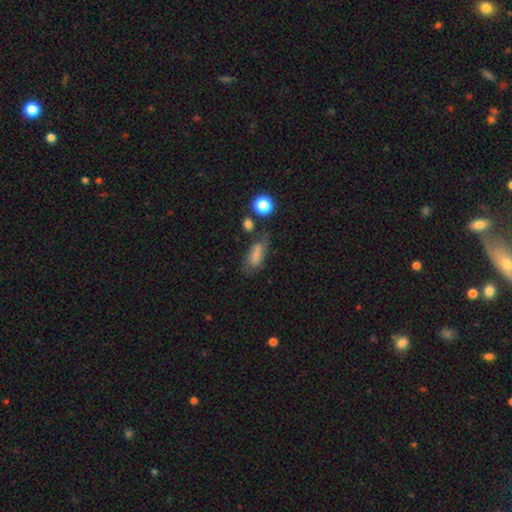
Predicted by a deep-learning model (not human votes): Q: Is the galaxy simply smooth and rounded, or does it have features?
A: smooth — 63%.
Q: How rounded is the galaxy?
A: in between — 70%.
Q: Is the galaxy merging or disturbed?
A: none — 50%.